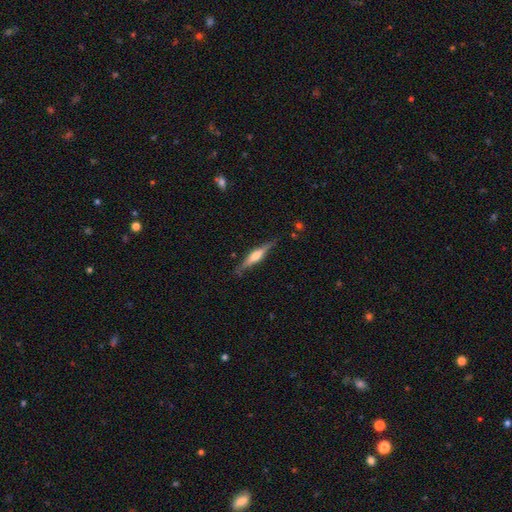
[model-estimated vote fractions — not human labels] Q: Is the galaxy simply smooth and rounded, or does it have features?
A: featured or disk — 68%.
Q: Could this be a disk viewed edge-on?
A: yes — 96%.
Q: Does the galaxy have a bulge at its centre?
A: rounded — 78%.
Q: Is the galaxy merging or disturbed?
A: none — 83%.